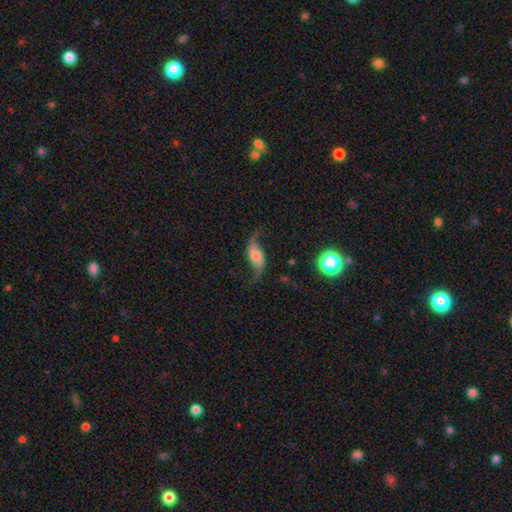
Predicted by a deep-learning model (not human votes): smooth_or_featured: featured or disk (p=0.84) [alt: smooth p=0.09]
disk_edge_on: no (p=0.94) [alt: yes p=0.06]
bar: no (p=0.55) [alt: weak p=0.31]
has_spiral_arms: yes (p=0.96) [alt: no p=0.04]
spiral_winding: loose (p=0.92) [alt: medium p=0.06]
spiral_arm_count: 2 (p=0.94) [alt: 1 p=0.02]
bulge_size: moderate (p=0.46) [alt: small p=0.34]
merging: none (p=0.74) [alt: minor disturbance p=0.15]